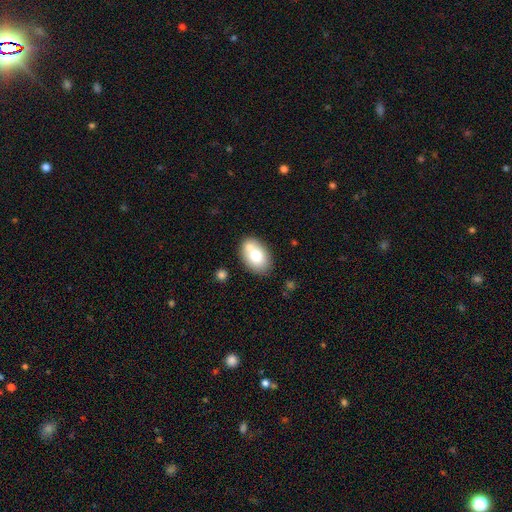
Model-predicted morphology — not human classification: This is likely a smooth galaxy (73%). How rounded: clearly in between (87%). Merging: possibly none (57%).